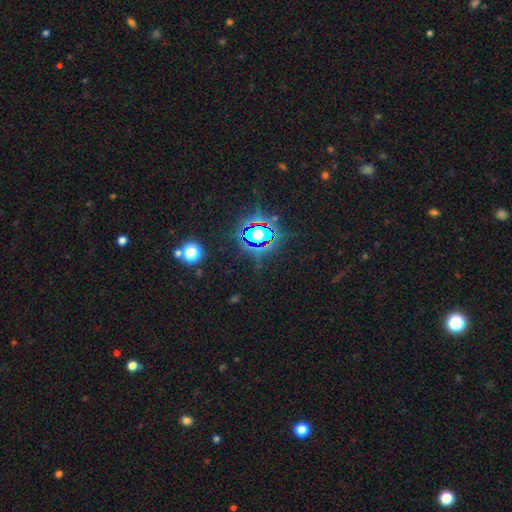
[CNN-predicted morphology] Smooth or featured? Predicted: star or artifact (p=0.83).